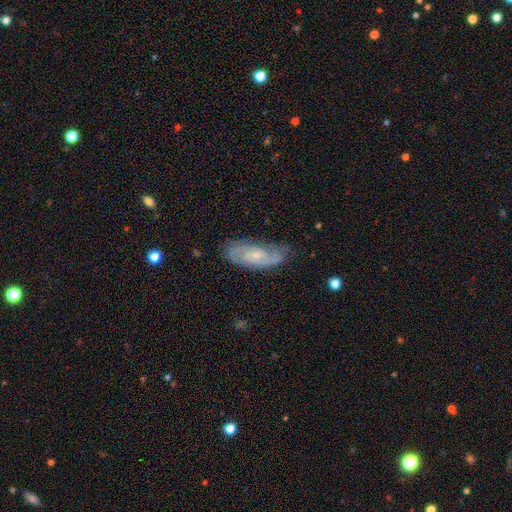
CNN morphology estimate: featured or disk 74%, smooth 20%, star or artifact 7%. Down the decision tree: edge-on disk — no (92%); bar — no (64%); spiral arms — yes (92%); spiral arm count — 2 (60%); spiral winding — tight (45%); bulge size — small (68%); merging — none (70%).